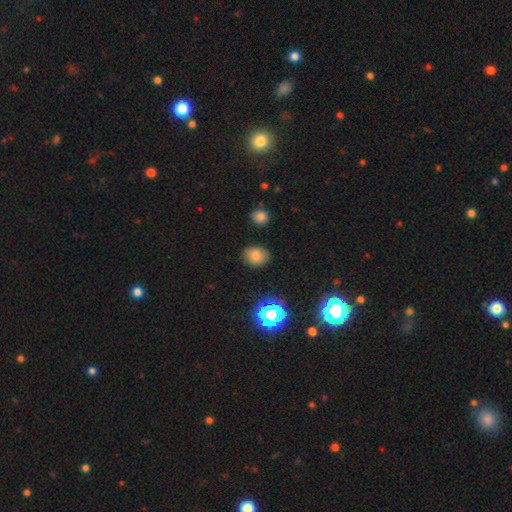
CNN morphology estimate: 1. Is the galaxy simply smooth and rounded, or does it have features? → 78% smooth, 16% star or artifact, 7% featured or disk.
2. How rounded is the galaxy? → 50% in between, 49% round, 1% cigar-shaped.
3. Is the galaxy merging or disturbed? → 85% none, 10% minor disturbance, 3% major disturbance, 2% merger.